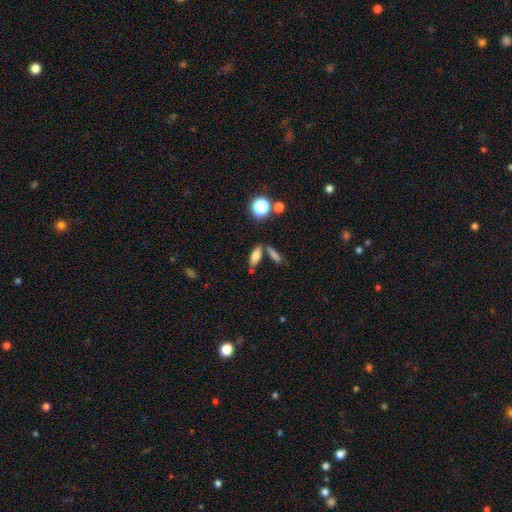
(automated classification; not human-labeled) smooth_or_featured: smooth (p=0.70) [alt: featured or disk p=0.18]
how_rounded: in between (p=0.57) [alt: cigar-shaped p=0.36]
merging: none (p=0.69) [alt: merger p=0.15]